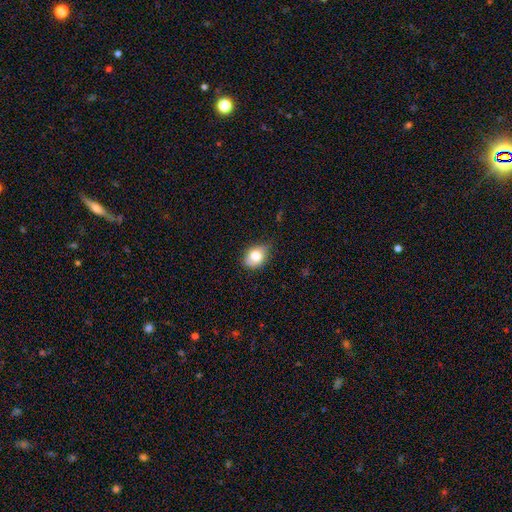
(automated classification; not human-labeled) smooth-or-featured: smooth: 75% | featured or disk: 16% | star or artifact: 9%
  how-rounded: in between: 69% | round: 30% | cigar-shaped: 1%
  merging: none: 63% | minor disturbance: 30% | major disturbance: 6% | merger: 1%